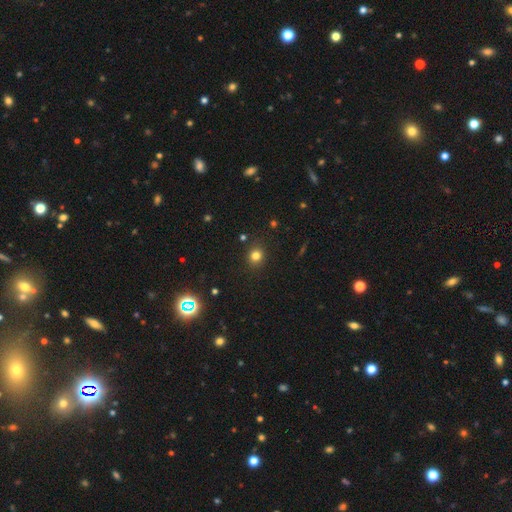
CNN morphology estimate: This appears to be a smooth galaxy with no disk features (78%) that is round (81%). Merging: none (88%).